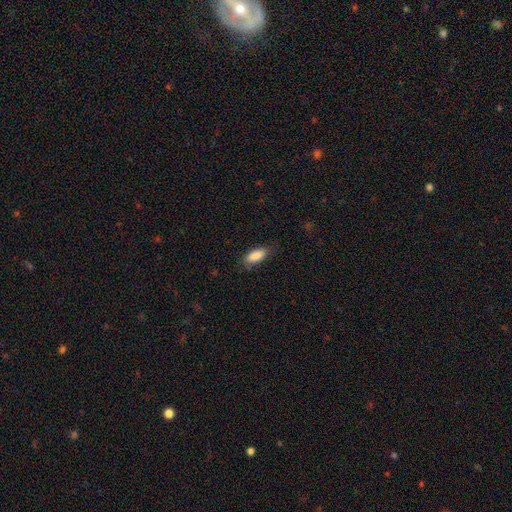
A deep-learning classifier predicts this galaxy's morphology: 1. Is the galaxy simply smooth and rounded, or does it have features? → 88% smooth, 7% star or artifact, 5% featured or disk.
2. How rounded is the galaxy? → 82% in between, 16% cigar-shaped, 2% round.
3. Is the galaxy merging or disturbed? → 78% none, 17% minor disturbance, 4% major disturbance, 1% merger.